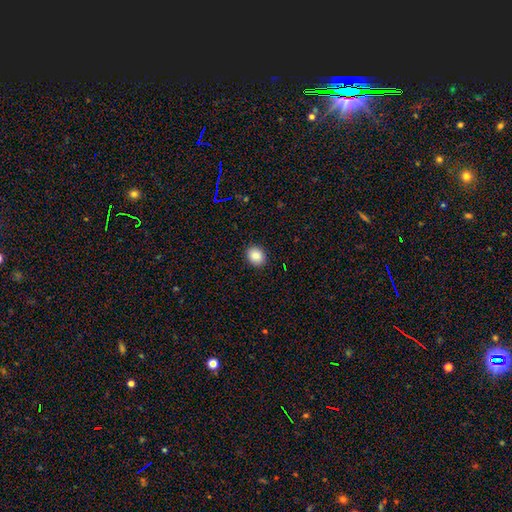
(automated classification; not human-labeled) Q: Smooth or featured?
A: smooth (87%); runner-up: star or artifact (9%)
Q: How rounded?
A: round (59%); runner-up: in between (40%)
Q: Merging?
A: none (91%); runner-up: minor disturbance (6%)